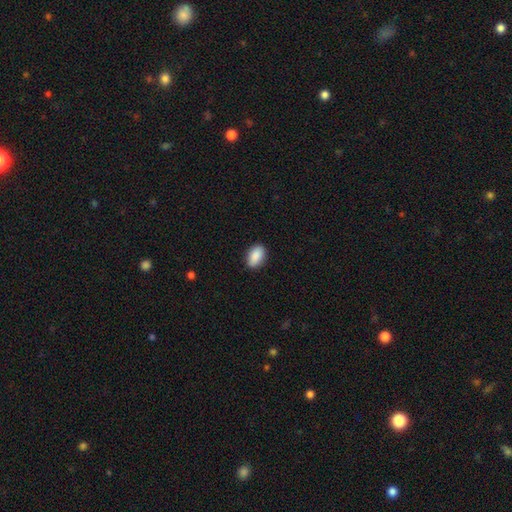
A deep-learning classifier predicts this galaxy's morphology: type=smooth (90%); roundness=in between (92%); merging=none (88%).